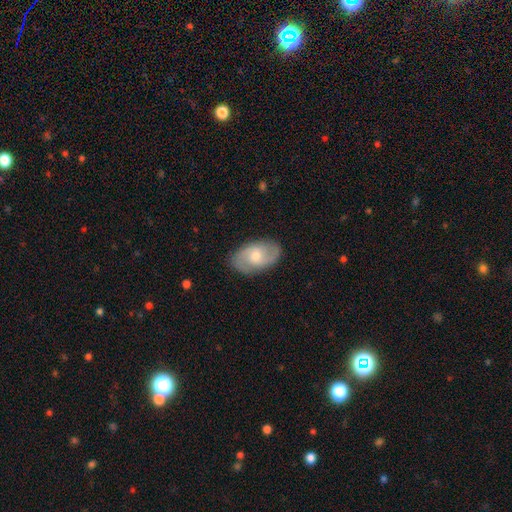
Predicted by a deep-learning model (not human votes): Smooth or featured: featured or disk — 64% (smooth — 30%)
Edge-on disk: no — 95% (yes — 5%)
Bar: no — 57% (weak — 37%)
Spiral arms: yes — 87% (no — 13%)
Spiral winding: medium — 49% (tight — 27%)
Spiral arm count: 2 — 83% (can't tell — 10%)
Bulge size: moderate — 58% (small — 34%)
Merging: none — 83% (minor disturbance — 12%)